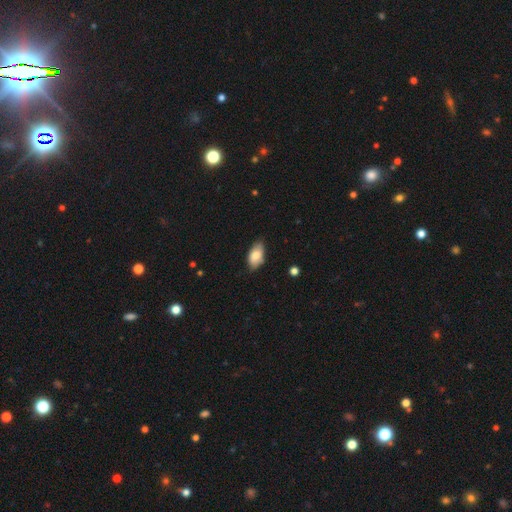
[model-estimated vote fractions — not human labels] A smooth galaxy with no disk features (79%) that is in between round and cigar-shaped (94%). Merging: none (74%).